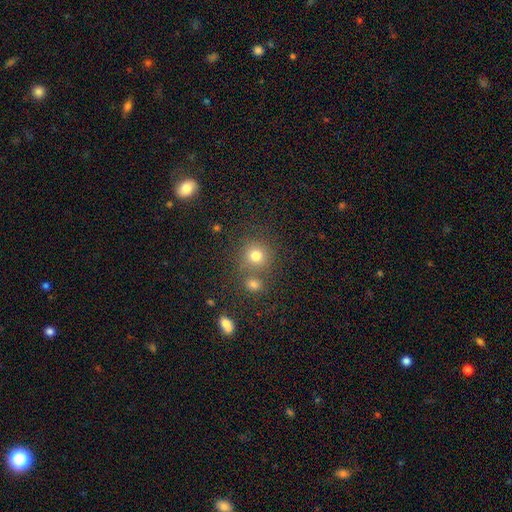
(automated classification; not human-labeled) Q: Smooth or featured?
A: smooth (76%); runner-up: star or artifact (16%)
Q: How rounded?
A: round (89%); runner-up: in between (10%)
Q: Merging?
A: none (68%); runner-up: merger (19%)